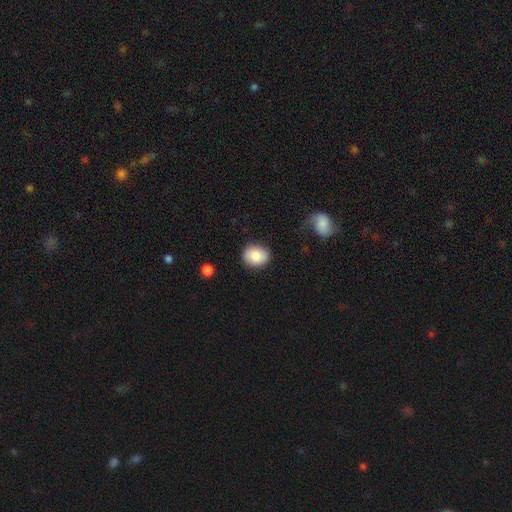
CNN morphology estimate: This appears to be a smooth galaxy with no disk features (82%) that is round (59%). Merging: none (84%).